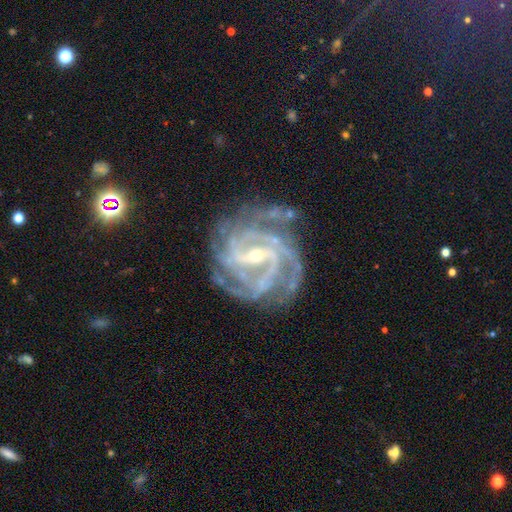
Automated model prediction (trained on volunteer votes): Smooth or featured? featured or disk (92%)
Edge-on disk? no (97%)
Bar? strong (52%)
Spiral arms? yes (98%)
Spiral winding? tight (64%)
Spiral arm count? 4 (34%)
Bulge size? small (66%)
Merging? none (73%)